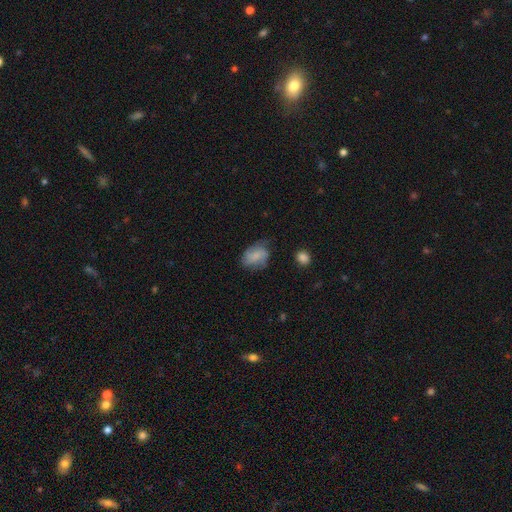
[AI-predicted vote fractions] Q: Smooth or featured?
A: smooth (55%); runner-up: featured or disk (37%)
Q: How rounded?
A: in between (70%); runner-up: round (28%)
Q: Merging?
A: none (56%); runner-up: minor disturbance (29%)